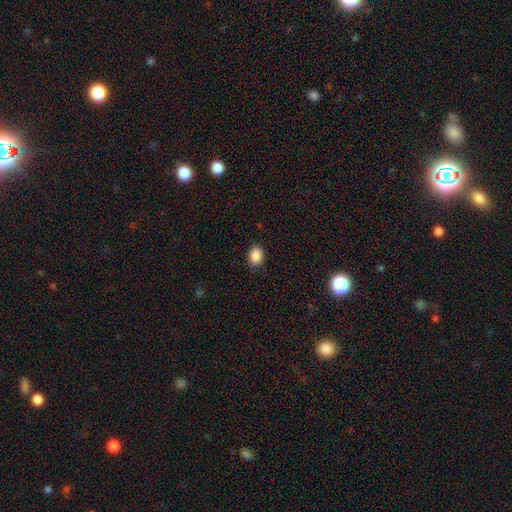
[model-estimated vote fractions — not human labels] smooth_or_featured: smooth (p=0.88) [alt: star or artifact p=0.09]
how_rounded: in between (p=0.69) [alt: round p=0.30]
merging: none (p=0.88) [alt: minor disturbance p=0.09]